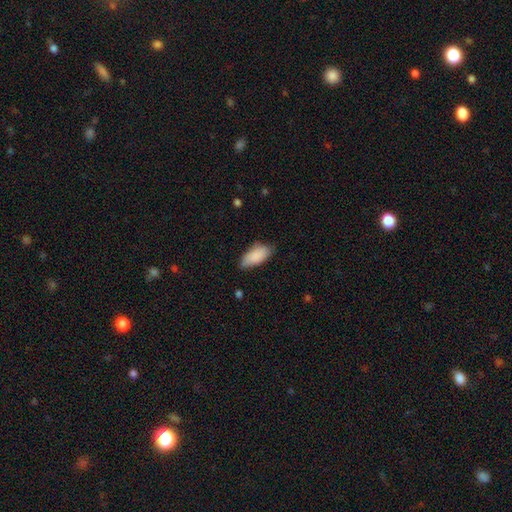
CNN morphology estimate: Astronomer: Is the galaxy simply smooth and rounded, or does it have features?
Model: smooth — 88%.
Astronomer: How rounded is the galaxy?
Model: in between — 89%.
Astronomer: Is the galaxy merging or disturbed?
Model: none — 71%.